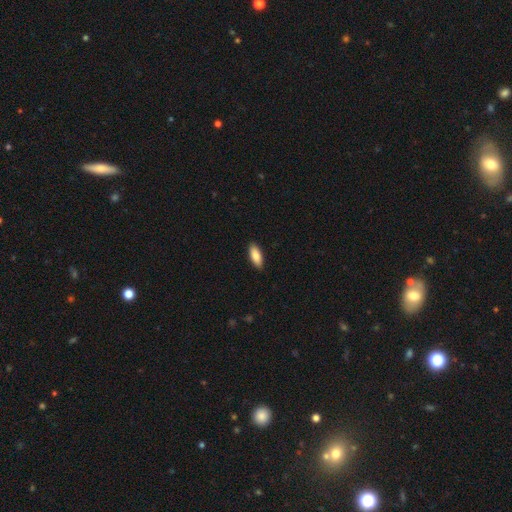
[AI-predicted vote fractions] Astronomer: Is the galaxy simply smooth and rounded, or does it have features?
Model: smooth — 87%.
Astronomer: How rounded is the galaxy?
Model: in between — 80%.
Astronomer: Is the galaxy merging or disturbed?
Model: none — 89%.